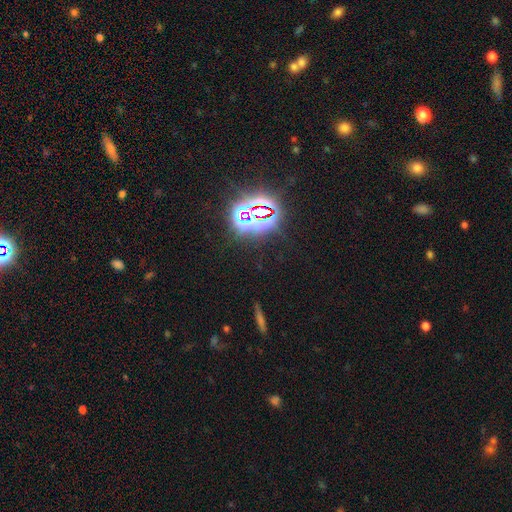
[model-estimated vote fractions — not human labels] Smooth or featured: star or artifact — 83% (smooth — 11%)